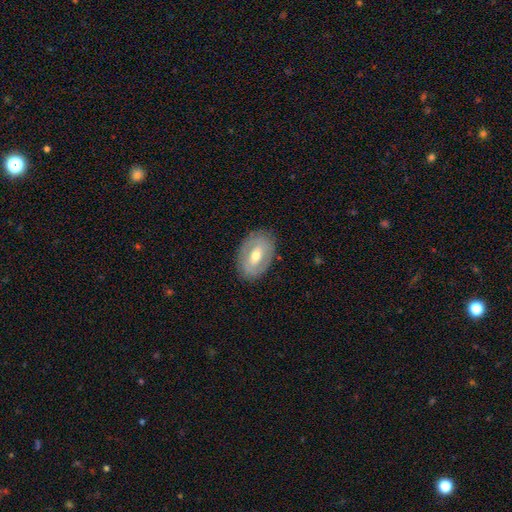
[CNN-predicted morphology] Smooth or featured?
  - featured or disk: 59% *
  - smooth: 35%
  - star or artifact: 6%
Edge-on disk?
  - no: 91% *
  - yes: 9%
Bar?
  - weak: 40% *
  - strong: 31%
  - no: 28%
Spiral arms?
  - no: 55% *
  - yes: 45%
Bulge size?
  - moderate: 69% *
  - small: 24%
  - large: 5%
  - none: 1%
  - dominant: 1%
Merging?
  - none: 83% *
  - minor disturbance: 12%
  - major disturbance: 4%
  - merger: 1%